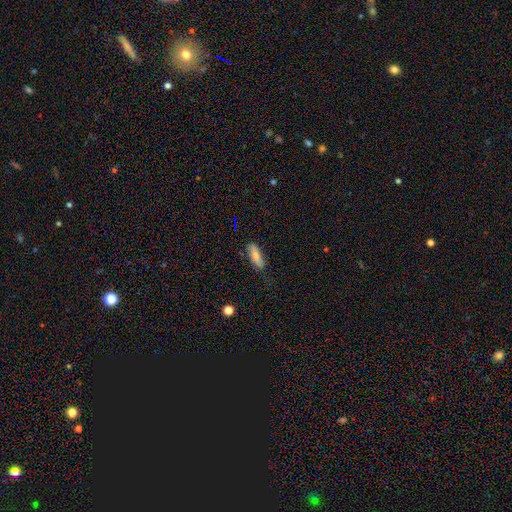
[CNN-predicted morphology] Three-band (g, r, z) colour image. It shows a smooth galaxy with no disk features (75%) that is in between round and cigar-shaped (57%). Merging: none (72%).